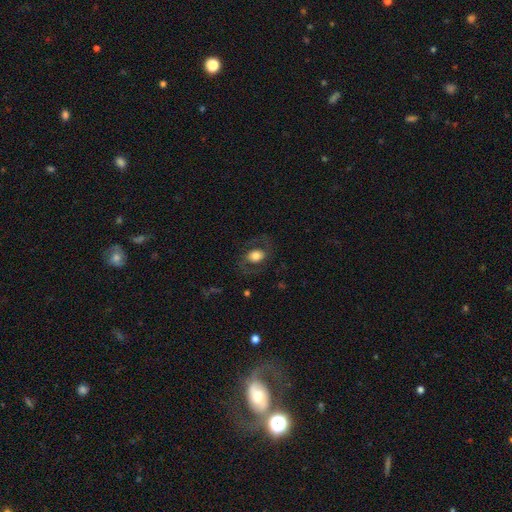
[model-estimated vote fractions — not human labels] This is possibly a smooth galaxy (56%). How rounded: likely in between (64%). Merging: likely none (73%).